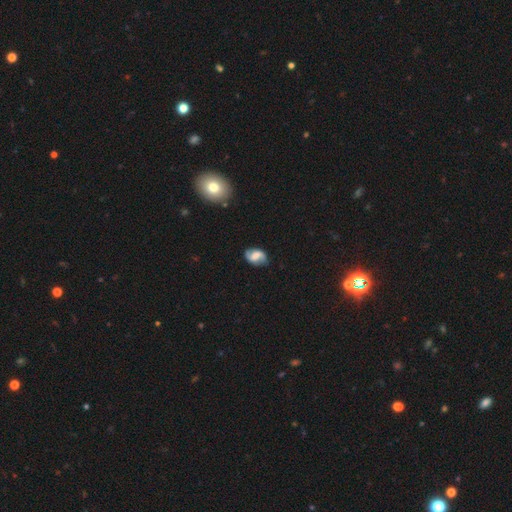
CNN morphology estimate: Smooth or featured? Predicted: featured or disk (p=0.67). Edge-on disk? Predicted: no (p=0.97). Bar? Predicted: weak (p=0.48). Spiral arms? Predicted: yes (p=0.89). Spiral winding? Predicted: loose (p=0.46). Spiral arm count? Predicted: 2 (p=0.89). Bulge size? Predicted: moderate (p=0.40). Merging? Predicted: none (p=0.78).